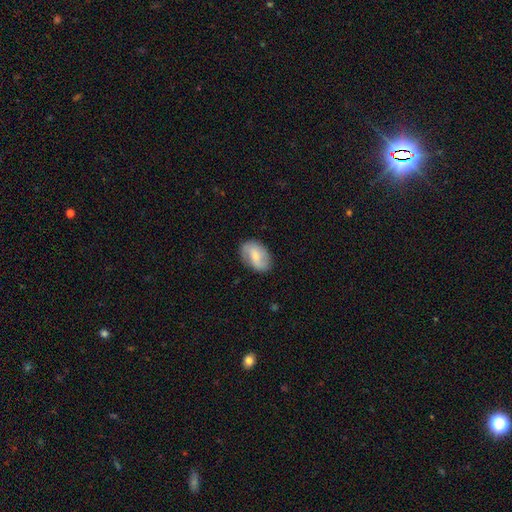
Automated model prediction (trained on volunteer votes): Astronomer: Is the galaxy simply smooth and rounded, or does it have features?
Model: featured or disk — 49% (runner-up: smooth, 44%).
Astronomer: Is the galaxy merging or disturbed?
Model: none — 80%.